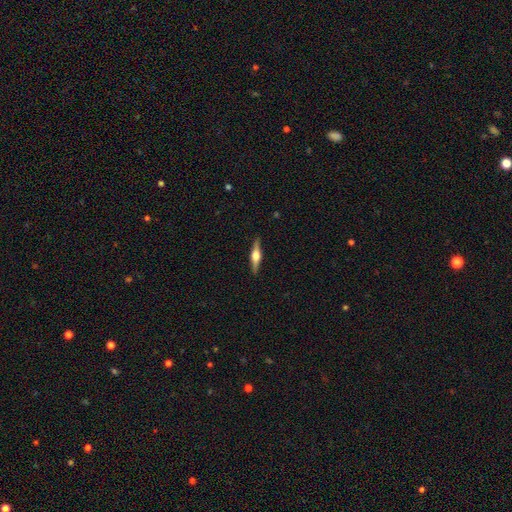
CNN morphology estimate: Smooth or featured? Predicted: featured or disk (p=0.74). Edge-on disk? Predicted: yes (p=0.98). Edge-on bulge? Predicted: rounded (p=0.91). Merging? Predicted: none (p=0.90).